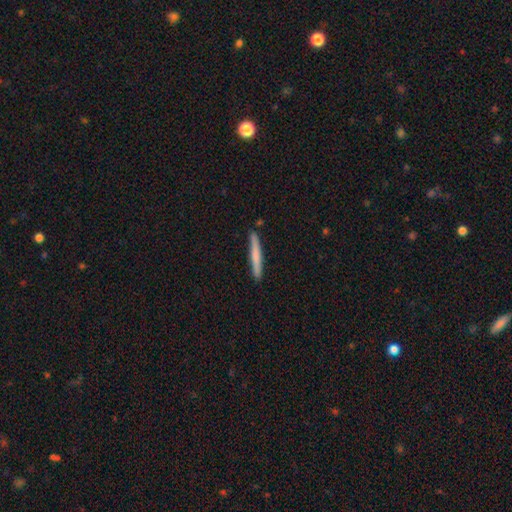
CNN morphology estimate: The model was most divided on "smooth or featured": smooth: 65%, featured or disk: 30%, star or artifact: 5%. More confident: how rounded — cigar-shaped (96%); merging — none (89%).